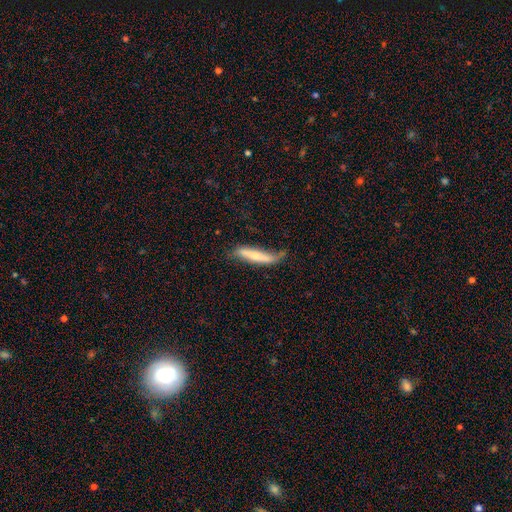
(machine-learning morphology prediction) This appears to be a smooth galaxy with no disk features (55%) that is cigar-shaped (86%). Merging: none (50%).